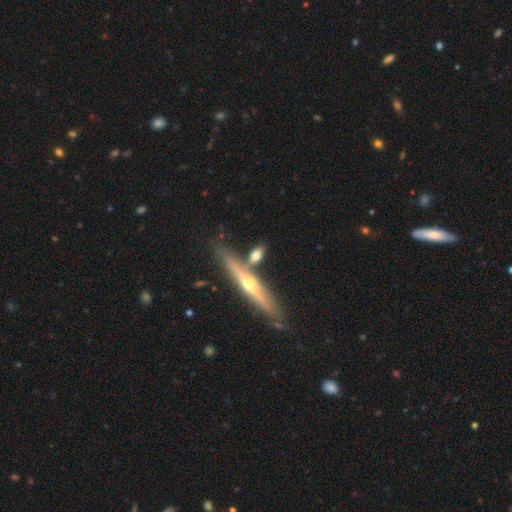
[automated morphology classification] type=smooth (47%); merging=none (65%).